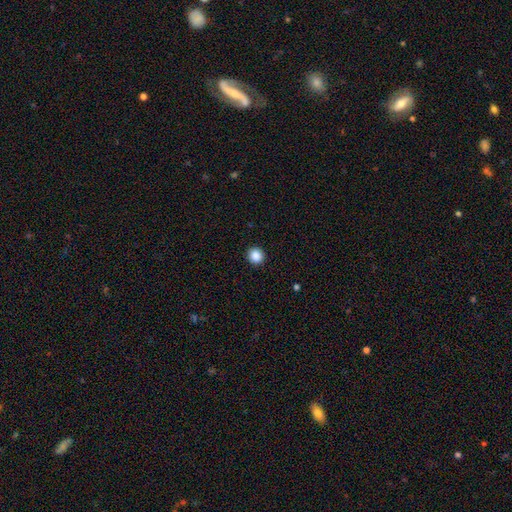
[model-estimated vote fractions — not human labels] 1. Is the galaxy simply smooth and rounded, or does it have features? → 88% smooth, 10% star or artifact, 3% featured or disk.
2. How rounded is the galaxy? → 91% round, 8% in between, 1% cigar-shaped.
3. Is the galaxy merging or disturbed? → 92% none, 5% minor disturbance, 2% major disturbance, 1% merger.